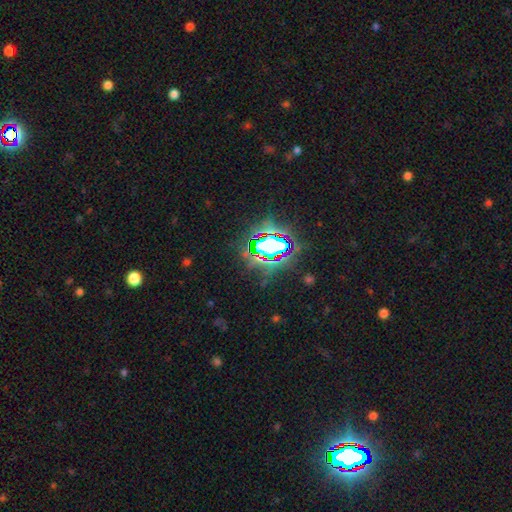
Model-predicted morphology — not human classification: Smooth or featured? Predicted: star or artifact (p=0.82).